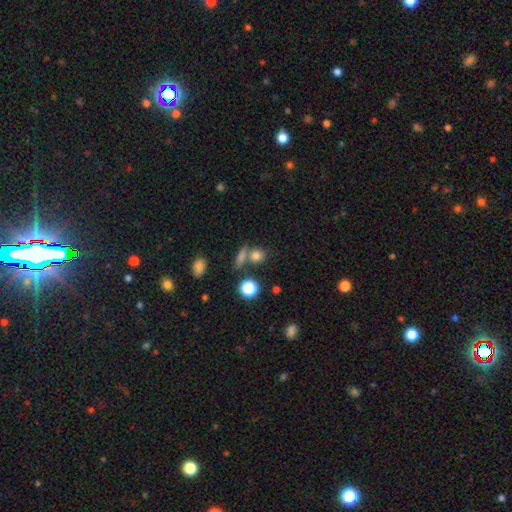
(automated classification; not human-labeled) This is likely a smooth galaxy (77%). How rounded: likely round (74%). Merging: likely none (61%).